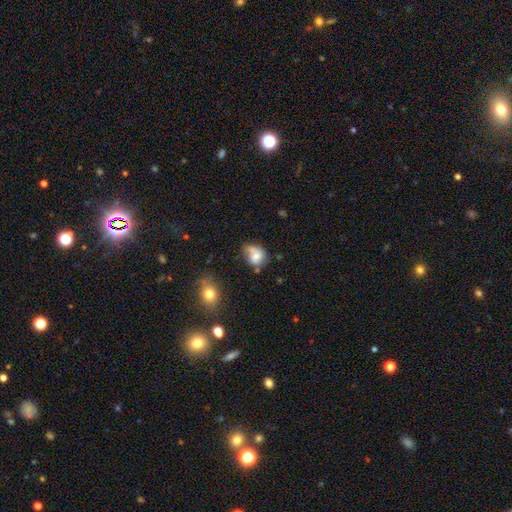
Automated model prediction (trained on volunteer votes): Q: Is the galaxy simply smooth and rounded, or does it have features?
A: smooth — 62%.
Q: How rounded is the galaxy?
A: in between — 52%.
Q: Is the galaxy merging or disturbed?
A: none — 37%.